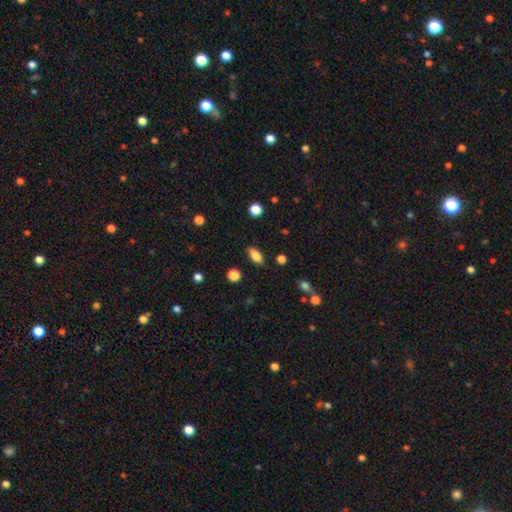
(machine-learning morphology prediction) type=smooth (82%); roundness=in between (85%); merging=none (86%).